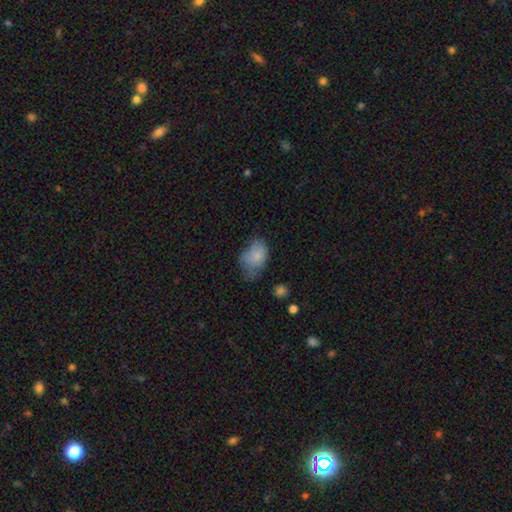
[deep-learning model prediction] Overall: smooth (81%). How rounded: in between (84%). Merging: minor disturbance (40%; none 35%).